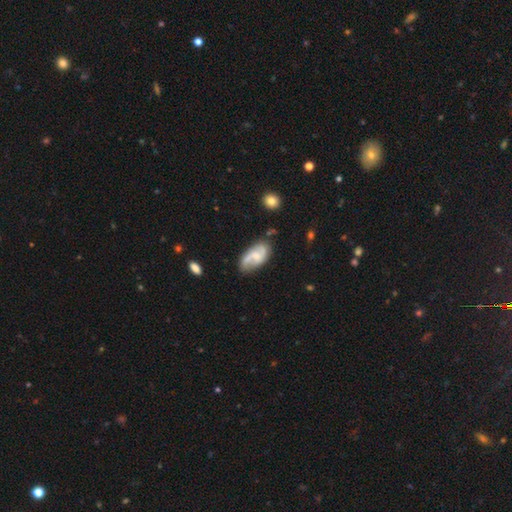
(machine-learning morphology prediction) Smooth or featured: featured or disk — 65% (smooth — 29%)
Edge-on disk: no — 95% (yes — 5%)
Bar: no — 49% (weak — 42%)
Spiral arms: yes — 88% (no — 12%)
Spiral winding: loose — 46% (medium — 39%)
Spiral arm count: 2 — 79% (can't tell — 11%)
Bulge size: small — 53% (moderate — 33%)
Merging: none — 62% (minor disturbance — 24%)